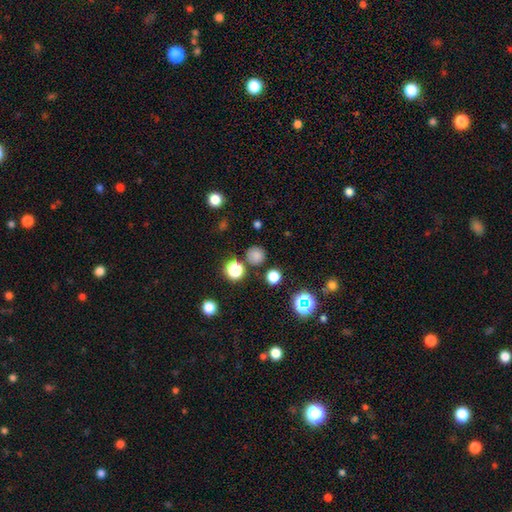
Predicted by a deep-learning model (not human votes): The model was most divided on "smooth or featured": smooth: 75%, star or artifact: 20%, featured or disk: 5%. More confident: how rounded — round (93%); merging — none (82%).